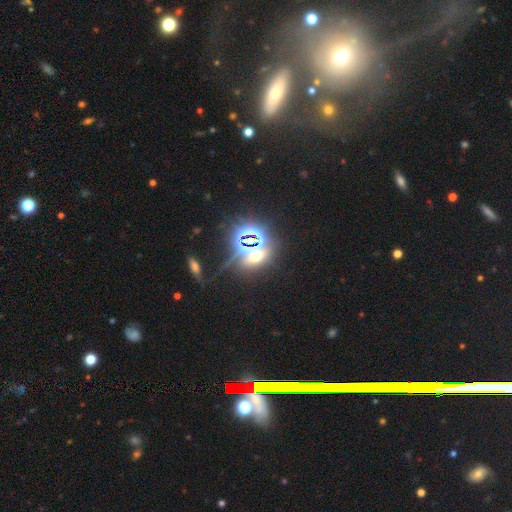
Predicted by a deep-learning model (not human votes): smooth_or_featured: star or artifact (p=0.61) [alt: smooth p=0.27]